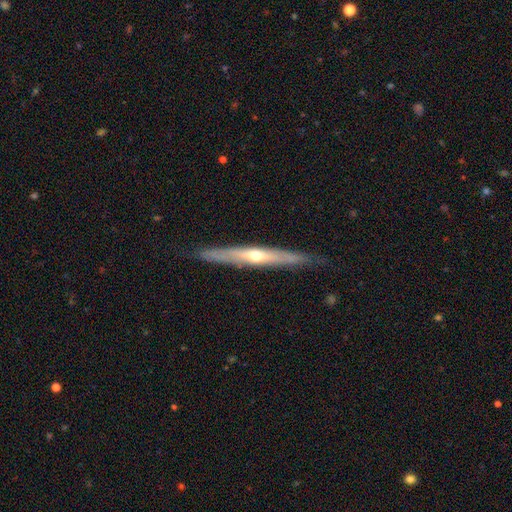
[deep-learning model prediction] featured or disk 67%, smooth 27%, star or artifact 5%. Down the decision tree: edge-on disk — yes (93%); edge-on bulge — rounded (74%); merging — none (86%).